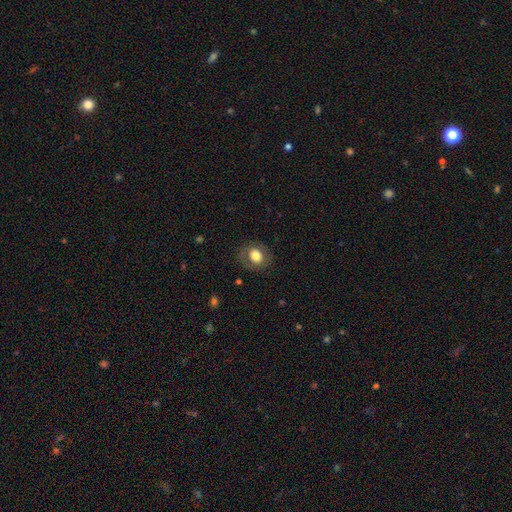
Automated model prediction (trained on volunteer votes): The model was most divided on "how rounded": round: 59%, in between: 40%, cigar-shaped: 1%. More confident: merging — none (81%); smooth or featured — smooth (74%).